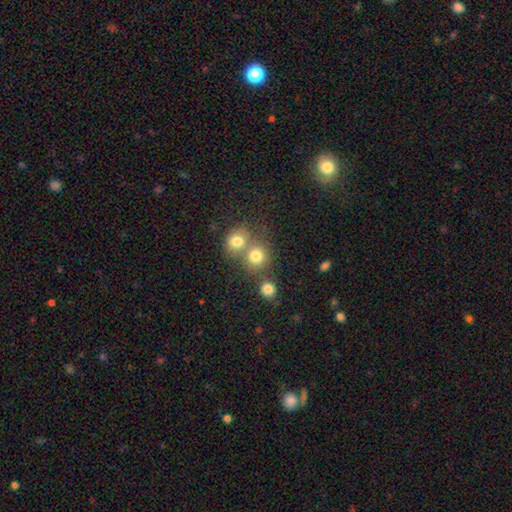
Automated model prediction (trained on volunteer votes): Smooth or featured?
  - smooth: 78% *
  - star or artifact: 13%
  - featured or disk: 9%
How rounded?
  - round: 83% *
  - in between: 16%
  - cigar-shaped: 1%
Merging?
  - none: 48% *
  - merger: 41%
  - minor disturbance: 7%
  - major disturbance: 3%